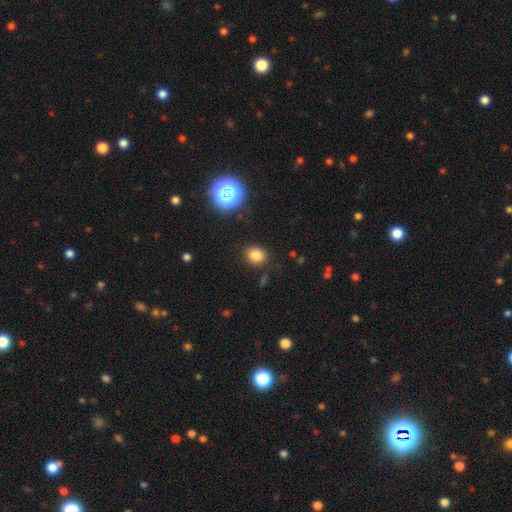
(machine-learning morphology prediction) Smooth or featured? Predicted: smooth (p=0.80). How rounded? Predicted: round (p=0.63). Merging? Predicted: none (p=0.86).